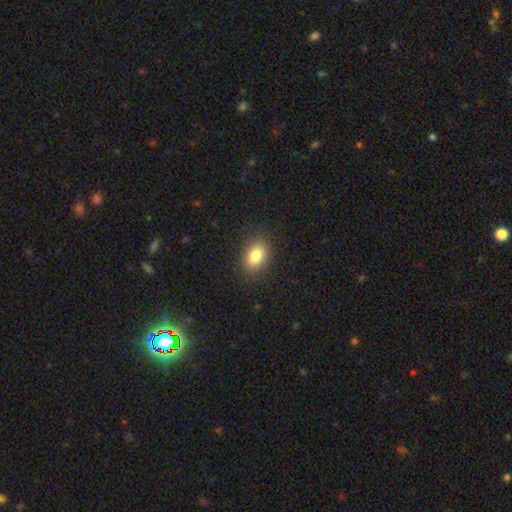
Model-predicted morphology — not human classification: Smooth or featured: smooth — 85% (star or artifact — 8%)
How rounded: in between — 85% (round — 13%)
Merging: none — 86% (minor disturbance — 10%)